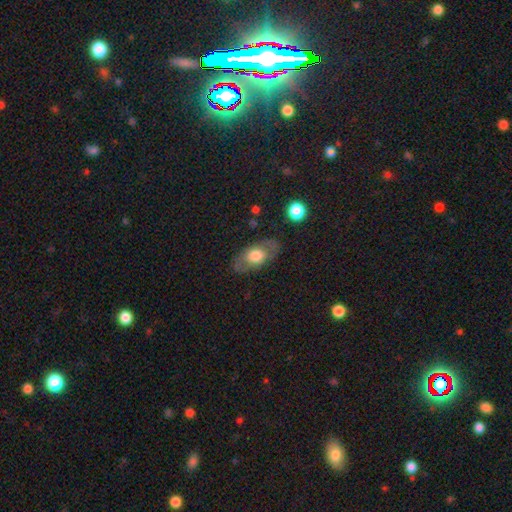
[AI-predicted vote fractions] Smooth or featured?
  - smooth: 59% *
  - featured or disk: 35%
  - star or artifact: 7%
How rounded?
  - in between: 86% *
  - round: 10%
  - cigar-shaped: 4%
Merging?
  - none: 77% *
  - minor disturbance: 15%
  - major disturbance: 6%
  - merger: 2%